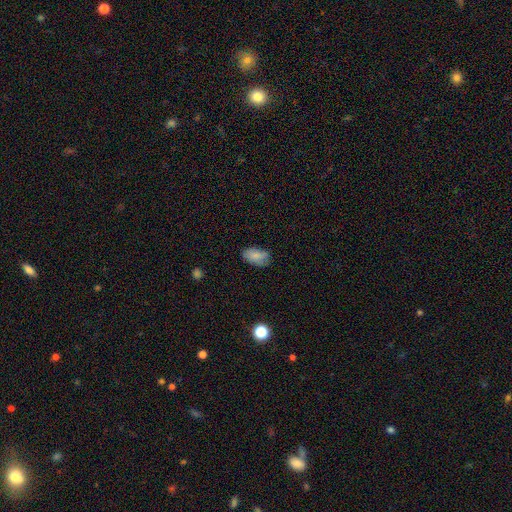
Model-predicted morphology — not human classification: smooth 79%, featured or disk 13%, star or artifact 8%. Down the decision tree: how rounded — in between (92%); merging — none (67%).